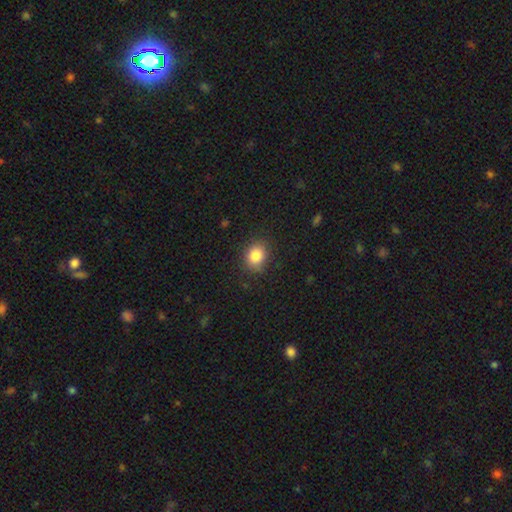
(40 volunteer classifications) Smooth or featured? smooth (95%)
How rounded? round (63%)
Merging? none (87%)